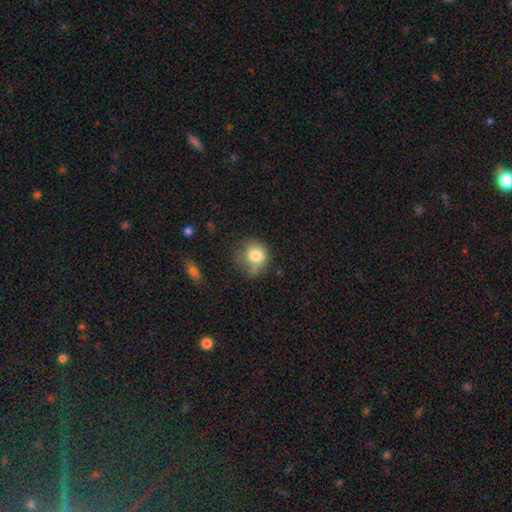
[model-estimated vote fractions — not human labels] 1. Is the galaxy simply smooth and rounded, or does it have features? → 77% smooth, 13% featured or disk, 9% star or artifact.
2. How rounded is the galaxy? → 75% round, 24% in between, 1% cigar-shaped.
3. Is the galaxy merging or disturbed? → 42% none, 32% minor disturbance, 19% major disturbance, 7% merger.